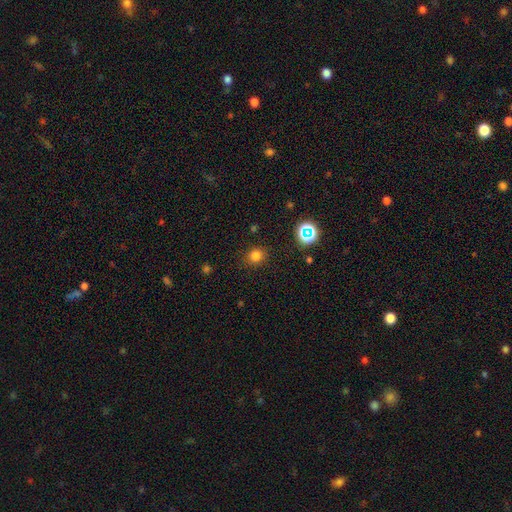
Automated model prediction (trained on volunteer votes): smooth 78%, star or artifact 17%, featured or disk 5%. Down the decision tree: how rounded — round (83%); merging — none (88%).